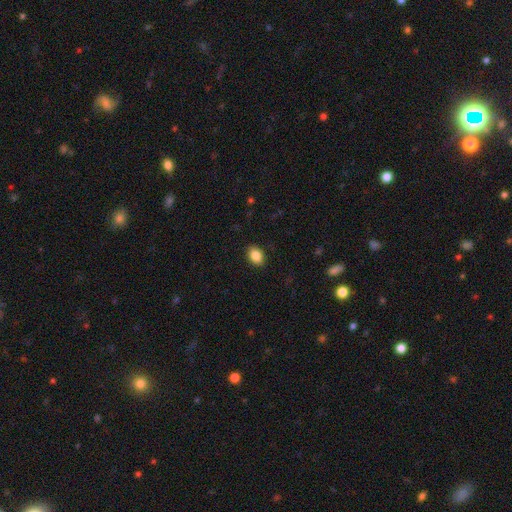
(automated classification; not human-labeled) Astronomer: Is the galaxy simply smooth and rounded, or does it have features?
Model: smooth — 87%.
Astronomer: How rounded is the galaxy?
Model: in between — 81%.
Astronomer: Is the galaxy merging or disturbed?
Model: none — 89%.